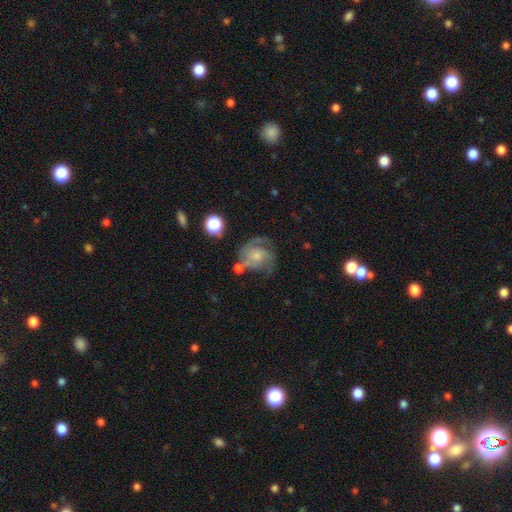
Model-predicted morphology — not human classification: The model was most divided on "spiral winding": medium: 44%, tight: 36%, loose: 20%. Remaining: edge-on disk — no (98%); spiral arms — yes (89%); bar — no (75%); smooth or featured — featured or disk (69%); bulge size — small (50%); merging — none (49%); spiral arm count — 2 (40%).